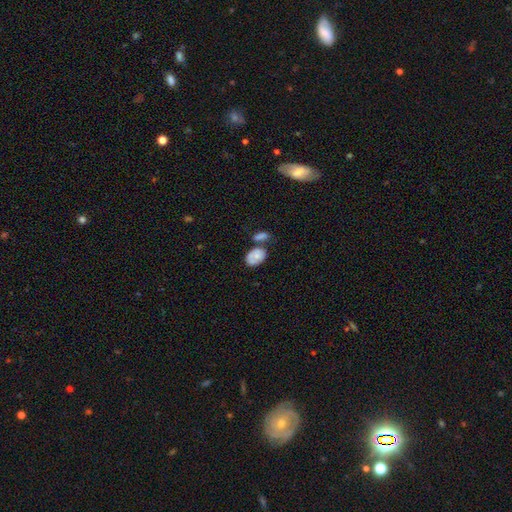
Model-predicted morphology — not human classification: Smooth or featured: smooth — 68% (featured or disk — 24%)
How rounded: in between — 82% (round — 17%)
Merging: none — 38% (merger — 32%)